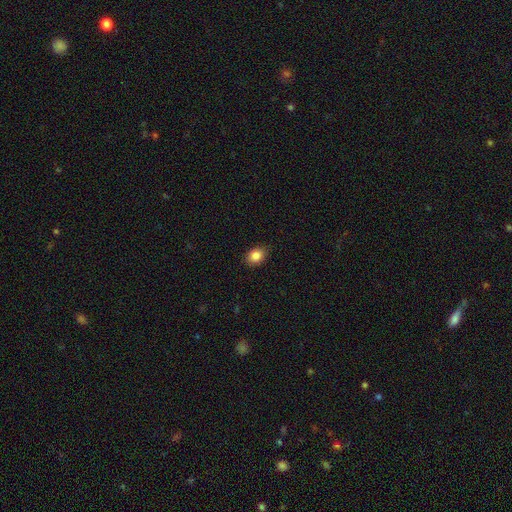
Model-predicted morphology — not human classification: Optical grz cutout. It shows a smooth galaxy with no disk features (86%) that is in between round and cigar-shaped (56%). Merging: none (86%).